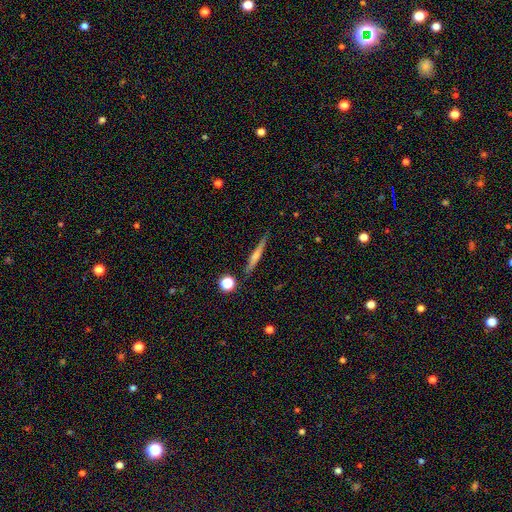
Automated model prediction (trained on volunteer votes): A smooth galaxy with no disk features (52%) that is cigar-shaped (91%).

Vote fractions:
- Smooth or featured? smooth: 52% / featured or disk: 39% / star or artifact: 9%
- How rounded? cigar-shaped: 91% / in between: 6% / round: 3%
- Merging? none: 85% / minor disturbance: 10% / merger: 3% / major disturbance: 2%